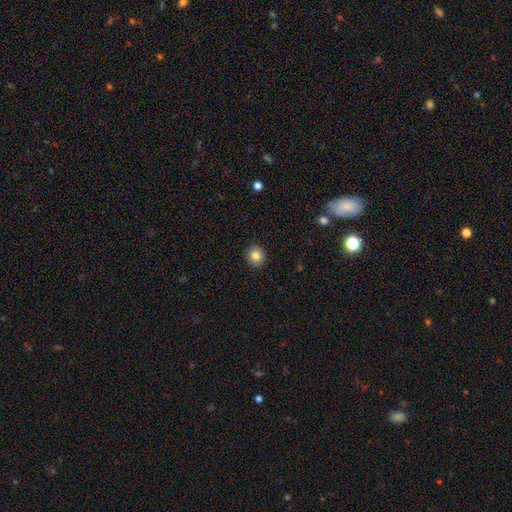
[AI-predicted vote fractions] A smooth galaxy with no disk features (83%) that is round (89%).

Vote fractions:
- Smooth or featured? smooth: 83% / star or artifact: 10% / featured or disk: 7%
- How rounded? round: 89% / in between: 10% / cigar-shaped: 1%
- Merging? none: 93% / minor disturbance: 5% / major disturbance: 2% / merger: 1%